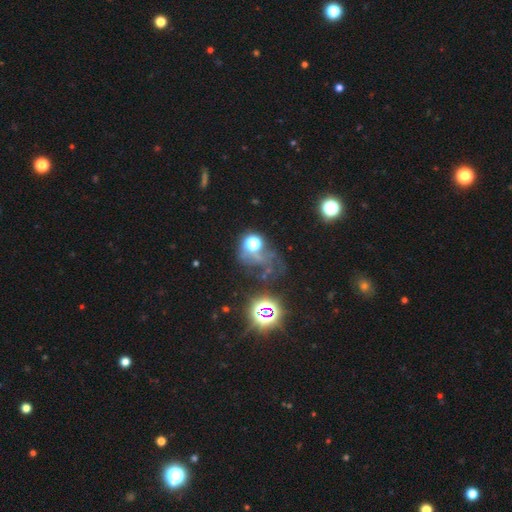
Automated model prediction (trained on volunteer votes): smooth_or_featured: star or artifact (p=0.53) [alt: smooth p=0.27]